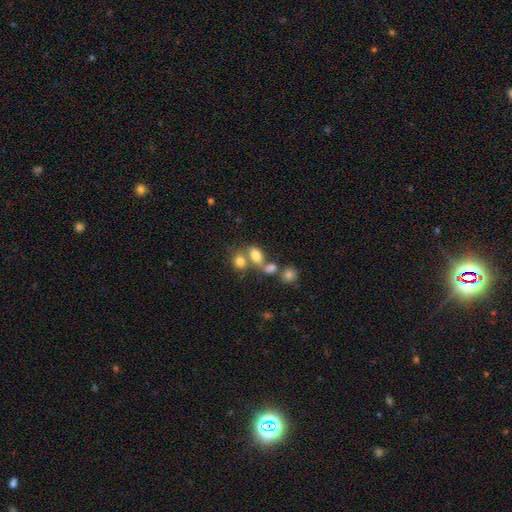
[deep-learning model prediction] The model was most divided on "merging": merger: 44%, none: 37%, minor disturbance: 11%, major disturbance: 7%. More confident: smooth or featured — smooth (76%); how rounded — in between (73%).